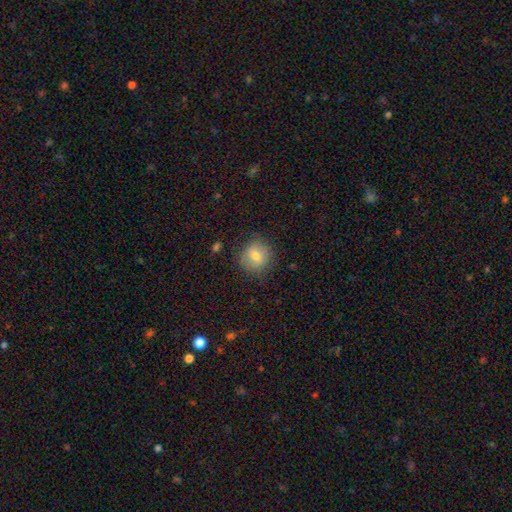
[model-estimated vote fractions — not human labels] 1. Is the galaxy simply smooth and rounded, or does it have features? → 70% smooth, 21% featured or disk, 9% star or artifact.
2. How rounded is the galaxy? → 86% round, 13% in between, 1% cigar-shaped.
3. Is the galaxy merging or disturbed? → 82% none, 13% minor disturbance, 4% major disturbance, 1% merger.